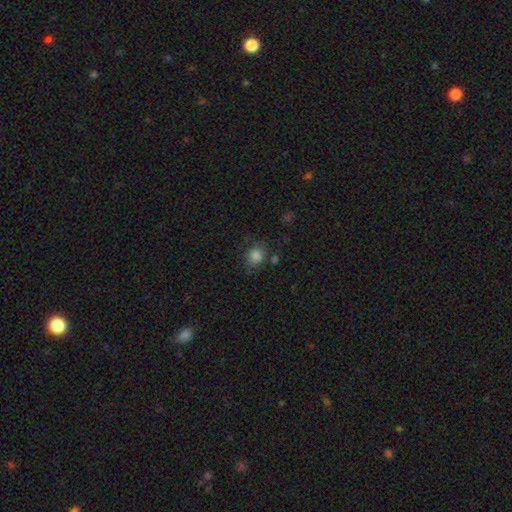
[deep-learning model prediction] A smooth galaxy with no disk features (84%) that is round (73%). Merging: none (75%).